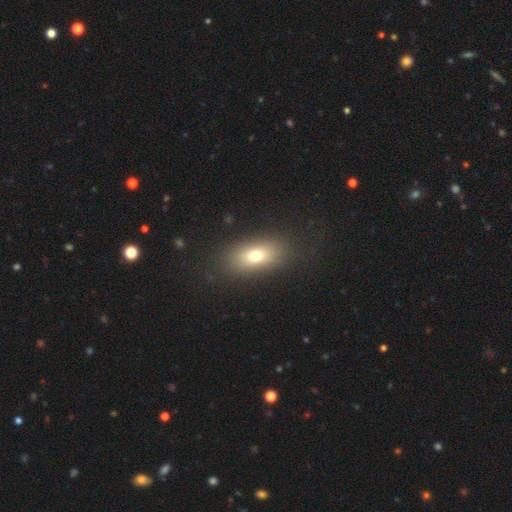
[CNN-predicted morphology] type=smooth (71%); roundness=in between (81%); merging=none (84%).